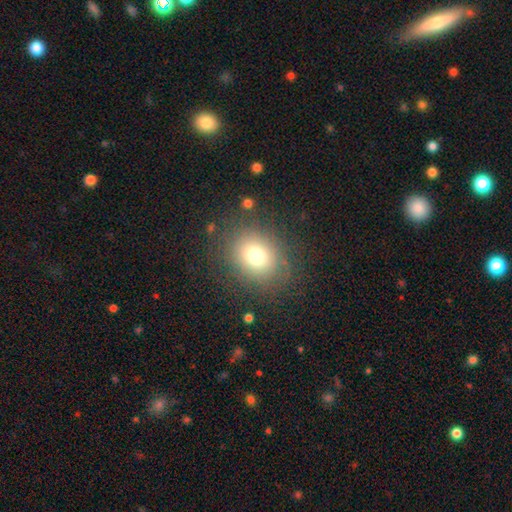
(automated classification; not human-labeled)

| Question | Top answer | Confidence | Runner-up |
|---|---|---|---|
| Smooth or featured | smooth | 74% | star or artifact (14%) |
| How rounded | round | 65% | in between (34%) |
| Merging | none | 81% | minor disturbance (11%) |